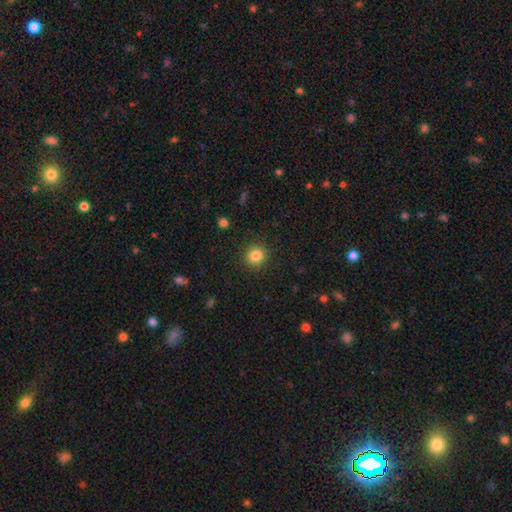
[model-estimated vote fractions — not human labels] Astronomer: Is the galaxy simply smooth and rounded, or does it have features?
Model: smooth — 84%.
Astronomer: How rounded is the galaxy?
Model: round — 91%.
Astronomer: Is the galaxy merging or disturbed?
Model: none — 91%.